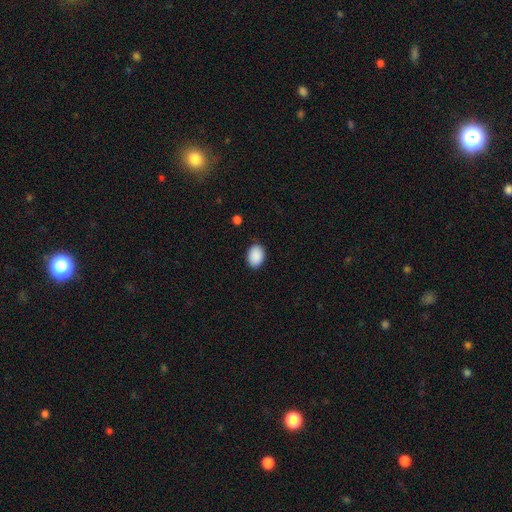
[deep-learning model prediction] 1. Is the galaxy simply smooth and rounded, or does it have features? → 90% smooth, 7% star or artifact, 3% featured or disk.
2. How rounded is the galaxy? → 79% in between, 20% round, 1% cigar-shaped.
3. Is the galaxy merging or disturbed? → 85% none, 11% minor disturbance, 2% major disturbance, 1% merger.